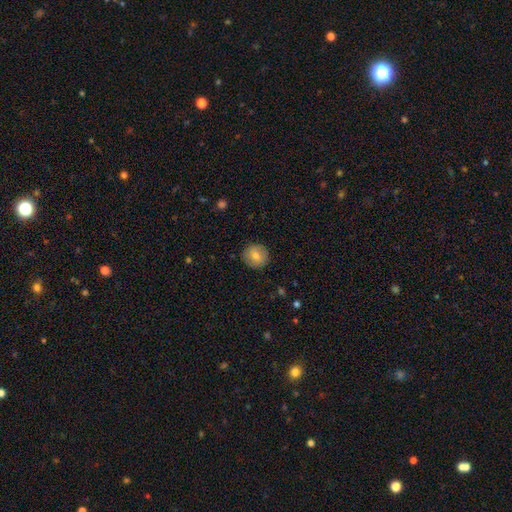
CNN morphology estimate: A smooth galaxy with no disk features (76%) that is round (92%).

Vote fractions:
- Smooth or featured? smooth: 76% / featured or disk: 15% / star or artifact: 8%
- How rounded? round: 92% / in between: 7% / cigar-shaped: 1%
- Merging? none: 90% / minor disturbance: 7% / major disturbance: 2% / merger: 1%